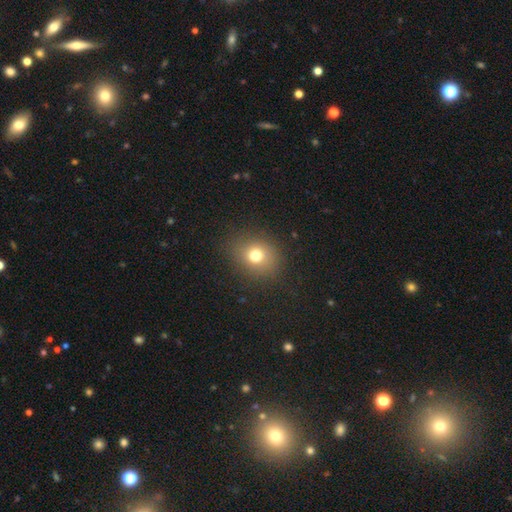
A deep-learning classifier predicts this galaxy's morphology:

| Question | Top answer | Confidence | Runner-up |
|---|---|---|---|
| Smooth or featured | smooth | 73% | star or artifact (16%) |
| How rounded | round | 71% | in between (28%) |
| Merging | none | 85% | minor disturbance (9%) |